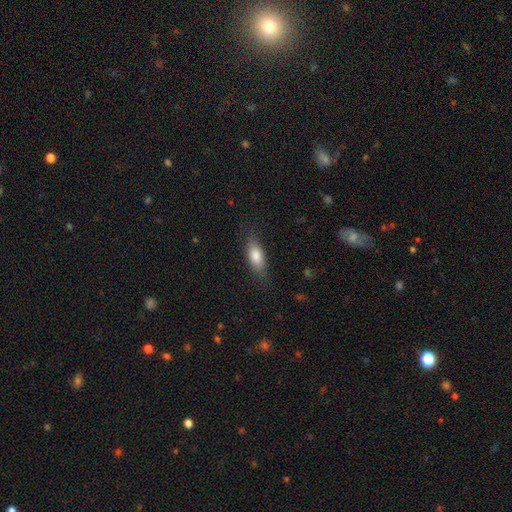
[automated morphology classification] smooth-or-featured: smooth: 79% | featured or disk: 14% | star or artifact: 7%
  how-rounded: in between: 75% | cigar-shaped: 22% | round: 3%
  merging: none: 80% | minor disturbance: 15% | major disturbance: 4% | merger: 1%